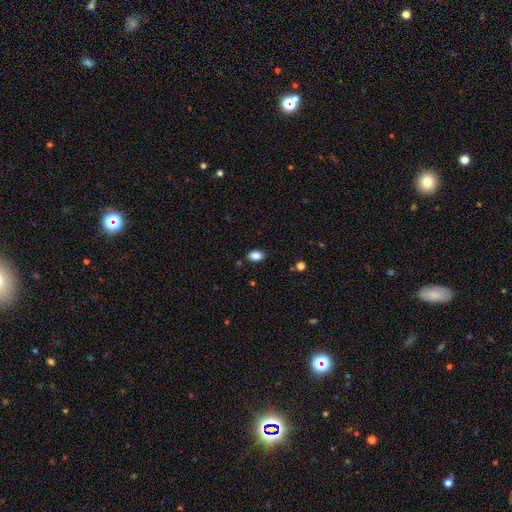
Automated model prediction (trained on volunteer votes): smooth_or_featured: smooth (p=0.87) [alt: star or artifact p=0.09]
how_rounded: in between (p=0.84) [alt: round p=0.15]
merging: none (p=0.85) [alt: minor disturbance p=0.11]